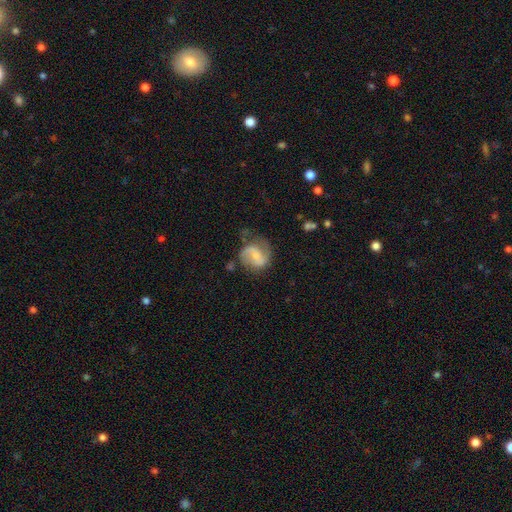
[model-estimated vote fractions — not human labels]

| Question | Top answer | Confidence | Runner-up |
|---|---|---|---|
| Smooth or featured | featured or disk | 74% | smooth (20%) |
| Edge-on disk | no | 98% | yes (2%) |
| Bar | weak | 47% | no (32%) |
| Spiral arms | yes | 92% | no (8%) |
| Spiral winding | medium | 50% | loose (31%) |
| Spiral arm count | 2 | 86% | can't tell (6%) |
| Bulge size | small | 49% | moderate (30%) |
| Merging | none | 59% | minor disturbance (23%) |